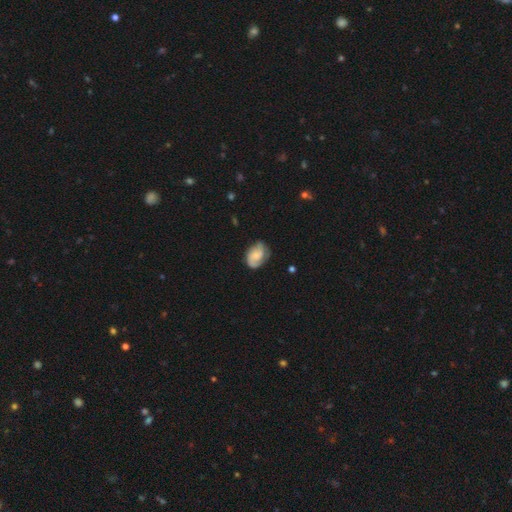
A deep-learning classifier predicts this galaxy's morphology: type=featured or disk (56%); edge-on=no (97%); bar=no (68%); spiral arms=yes (89%); bulge=small (37%); merging=none (64%).